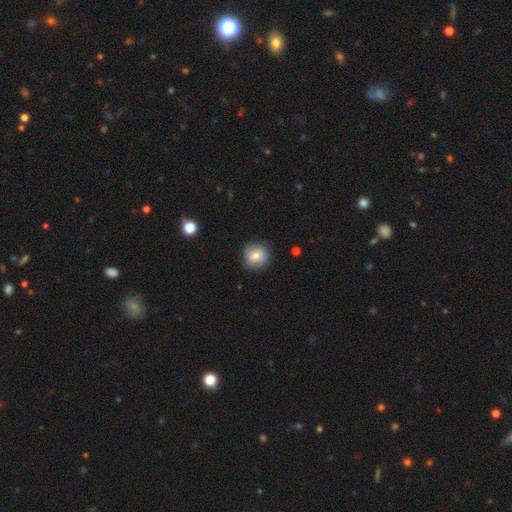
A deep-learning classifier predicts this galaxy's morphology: A smooth galaxy with no disk features (72%) that is round (90%).

Vote fractions:
- Smooth or featured? smooth: 72% / featured or disk: 19% / star or artifact: 9%
- How rounded? round: 90% / in between: 9% / cigar-shaped: 1%
- Merging? none: 84% / minor disturbance: 12% / major disturbance: 3% / merger: 1%